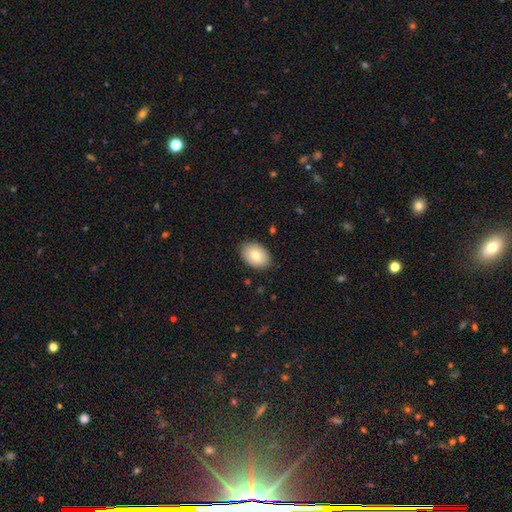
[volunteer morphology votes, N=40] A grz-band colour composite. It shows a smooth galaxy with no disk features (82%) that is in between round and cigar-shaped (88%). Merging: none (89%).